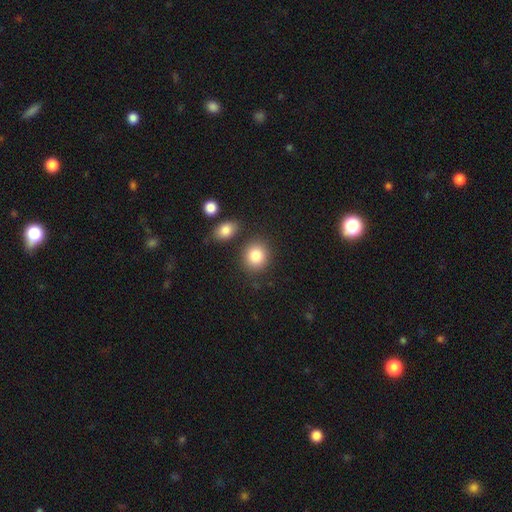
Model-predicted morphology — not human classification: smooth-or-featured: smooth: 84% | star or artifact: 9% | featured or disk: 7%
  how-rounded: round: 75% | in between: 24% | cigar-shaped: 1%
  merging: none: 79% | minor disturbance: 10% | merger: 8% | major disturbance: 3%